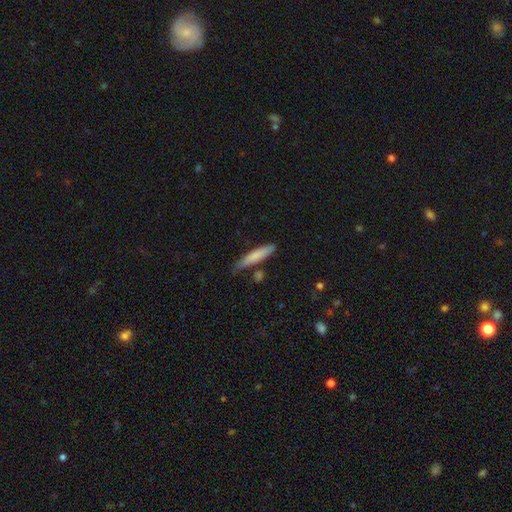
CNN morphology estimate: type=smooth (76%); roundness=cigar-shaped (89%); merging=none (73%).